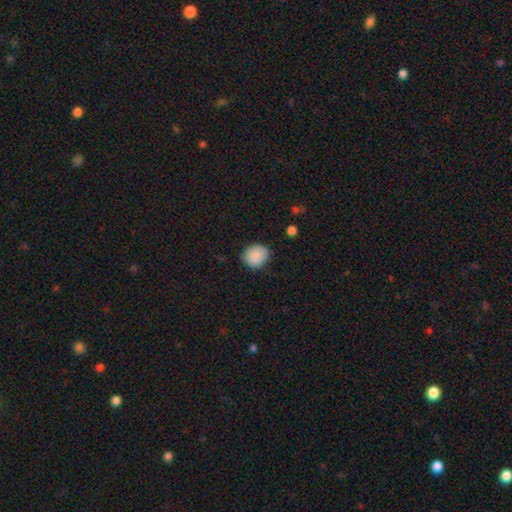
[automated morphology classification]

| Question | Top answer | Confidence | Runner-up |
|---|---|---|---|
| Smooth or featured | smooth | 89% | star or artifact (8%) |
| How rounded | round | 76% | in between (24%) |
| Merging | none | 84% | minor disturbance (12%) |